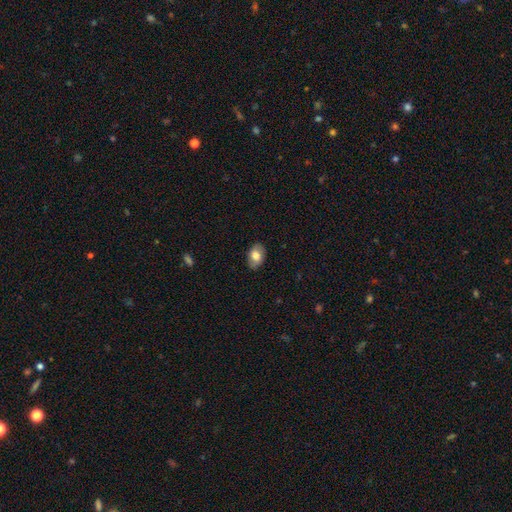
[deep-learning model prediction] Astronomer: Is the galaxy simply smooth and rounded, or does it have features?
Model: smooth — 74%.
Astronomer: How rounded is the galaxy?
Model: in between — 87%.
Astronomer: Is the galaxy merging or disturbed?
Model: none — 84%.